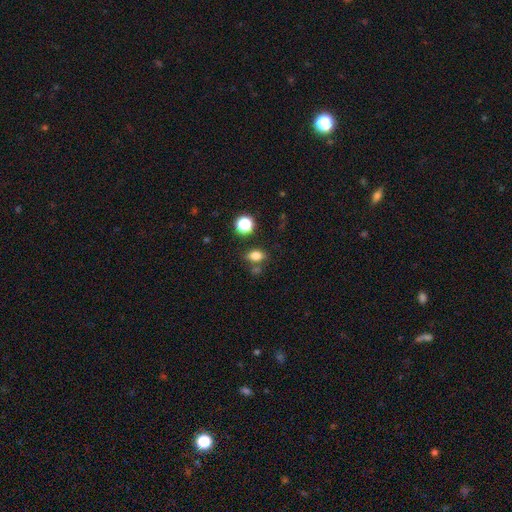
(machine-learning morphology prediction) A smooth galaxy with no disk features (79%) that is in between round and cigar-shaped (75%).

Vote fractions:
- Smooth or featured? smooth: 79% / star or artifact: 14% / featured or disk: 7%
- How rounded? in between: 75% / round: 22% / cigar-shaped: 3%
- Merging? none: 70% / minor disturbance: 13% / merger: 12% / major disturbance: 4%